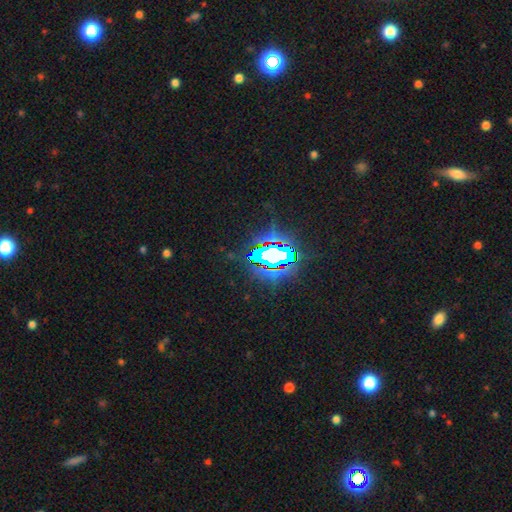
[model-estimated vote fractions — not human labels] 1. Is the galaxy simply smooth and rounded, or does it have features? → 75% star or artifact, 13% featured or disk, 12% smooth.